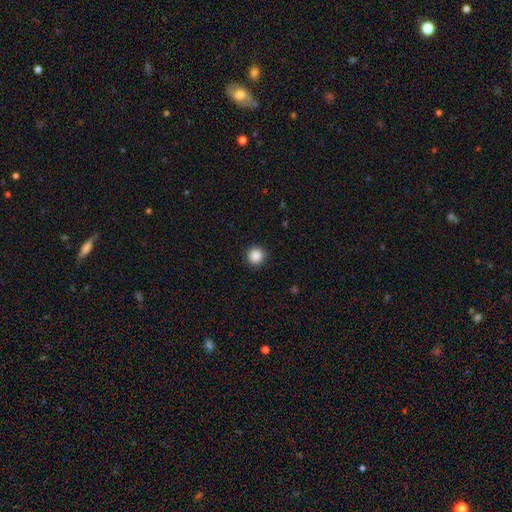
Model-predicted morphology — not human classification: Q: Smooth or featured?
A: smooth (88%); runner-up: star or artifact (10%)
Q: How rounded?
A: round (94%); runner-up: in between (5%)
Q: Merging?
A: none (91%); runner-up: minor disturbance (6%)